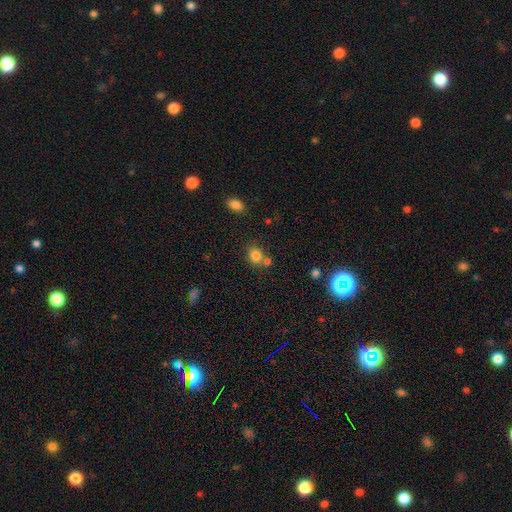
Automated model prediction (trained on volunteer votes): Smooth or featured? Predicted: smooth (p=0.81). How rounded? Predicted: round (p=0.70). Merging? Predicted: none (p=0.58).